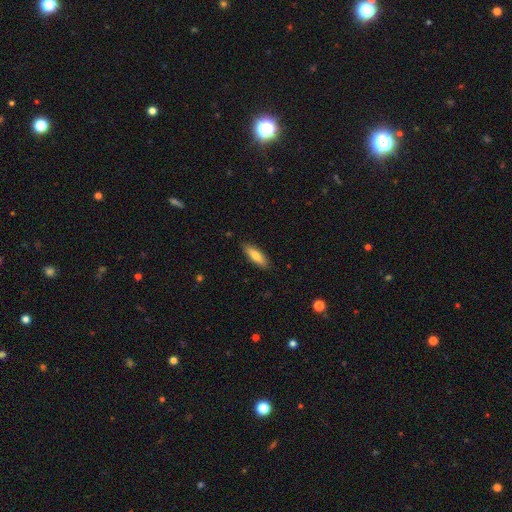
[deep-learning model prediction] Smooth or featured?
  - smooth: 71% *
  - featured or disk: 23%
  - star or artifact: 6%
How rounded?
  - cigar-shaped: 52% *
  - in between: 46%
  - round: 2%
Merging?
  - none: 88% *
  - minor disturbance: 10%
  - major disturbance: 2%
  - merger: 1%